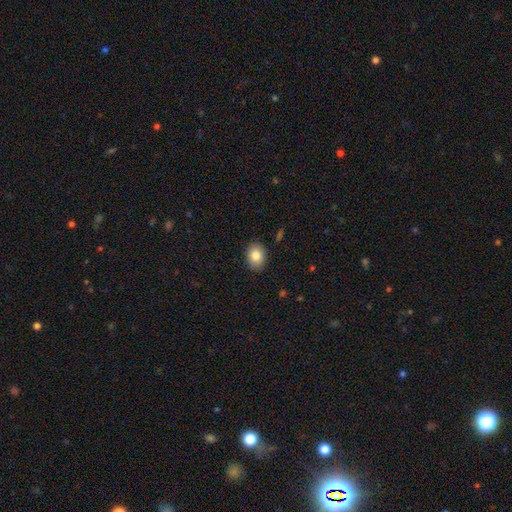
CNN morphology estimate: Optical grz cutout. It shows a smooth galaxy with no disk features (83%) that is in between round and cigar-shaped (61%). Merging: none (89%).